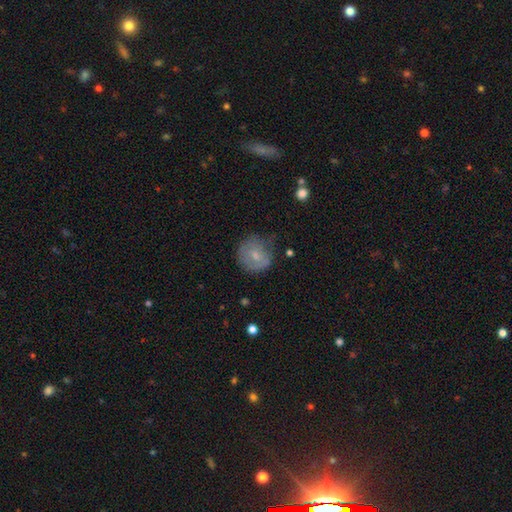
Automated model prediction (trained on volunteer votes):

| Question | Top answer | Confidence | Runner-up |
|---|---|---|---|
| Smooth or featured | smooth | 57% | featured or disk (34%) |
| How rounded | round | 82% | in between (17%) |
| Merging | none | 57% | minor disturbance (28%) |